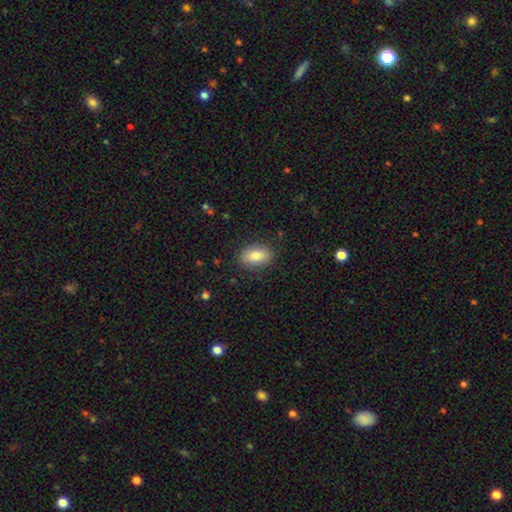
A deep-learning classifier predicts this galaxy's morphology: This appears to be a smooth galaxy with no disk features (82%) that is in between round and cigar-shaped (89%). Merging: none (86%).